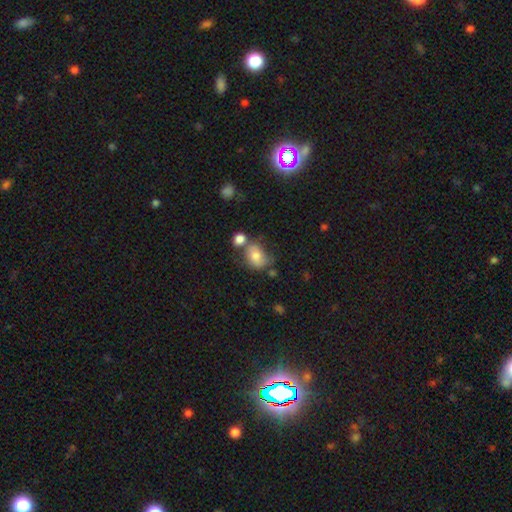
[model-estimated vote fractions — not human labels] smooth-or-featured: smooth: 74% | featured or disk: 16% | star or artifact: 10%
  how-rounded: in between: 66% | round: 32% | cigar-shaped: 1%
  merging: none: 44% | merger: 26% | minor disturbance: 21% | major disturbance: 9%